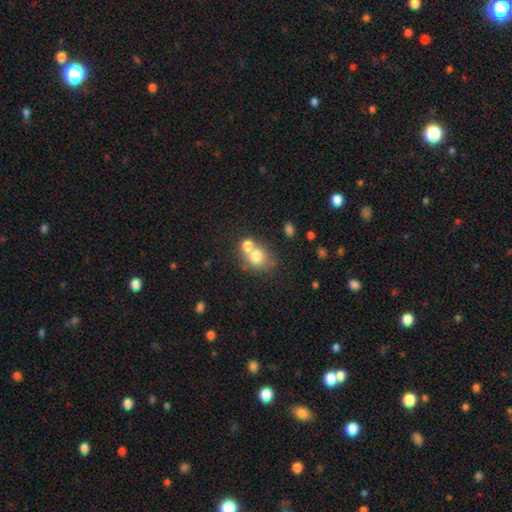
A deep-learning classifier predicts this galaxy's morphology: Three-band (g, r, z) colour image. It shows a smooth galaxy with no disk features (74%) that is round (69%). Merging: merger (47%).